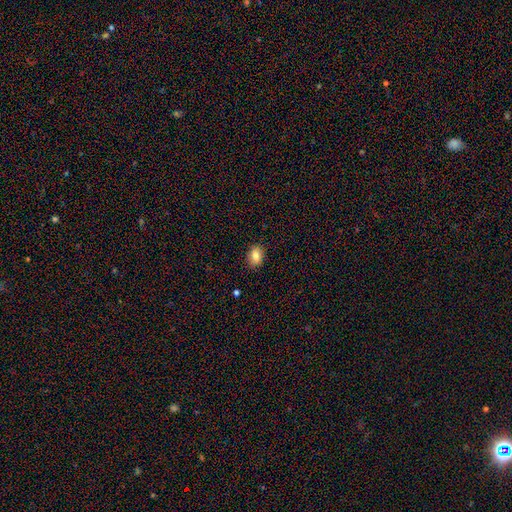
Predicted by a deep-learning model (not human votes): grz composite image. It shows a smooth galaxy with no disk features (82%) that is in between round and cigar-shaped (73%). Merging: none (88%).